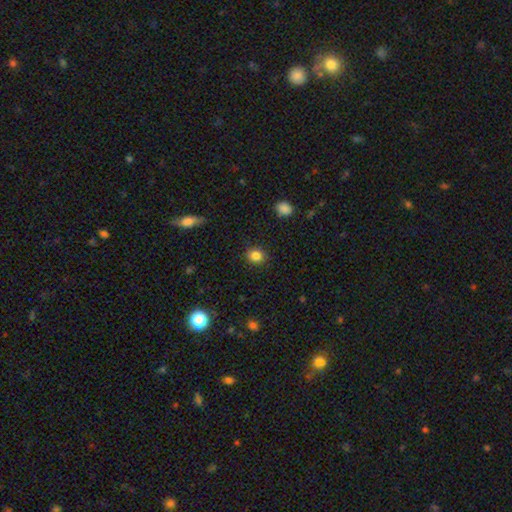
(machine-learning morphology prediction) Smooth or featured: smooth — 84% (star or artifact — 11%)
How rounded: round — 75% (in between — 24%)
Merging: none — 88% (minor disturbance — 8%)